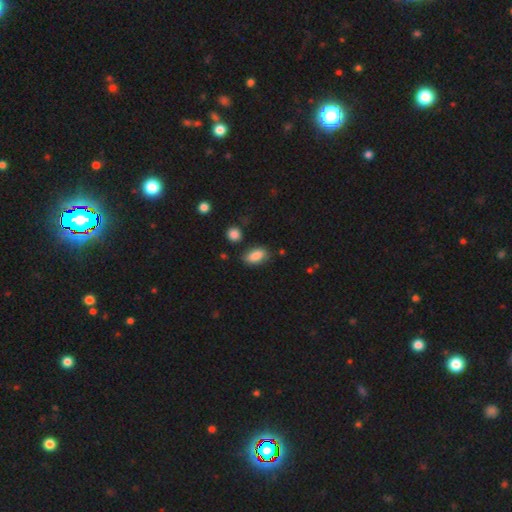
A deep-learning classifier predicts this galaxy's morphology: This is clearly a smooth galaxy (84%). How rounded: clearly in between (90%). Merging: likely none (75%).